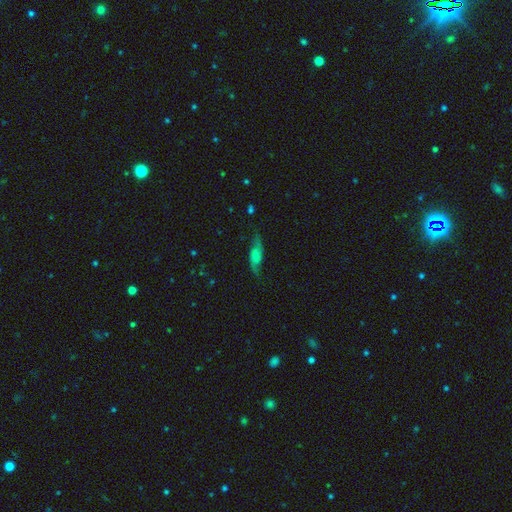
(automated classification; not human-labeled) A featured or disk galaxy (53%).

Vote fractions:
- Smooth or featured? featured or disk: 53% / smooth: 39% / star or artifact: 9%
- Edge-on disk? no: 76% / yes: 24%
- Merging? none: 68% / minor disturbance: 22% / major disturbance: 9% / merger: 2%